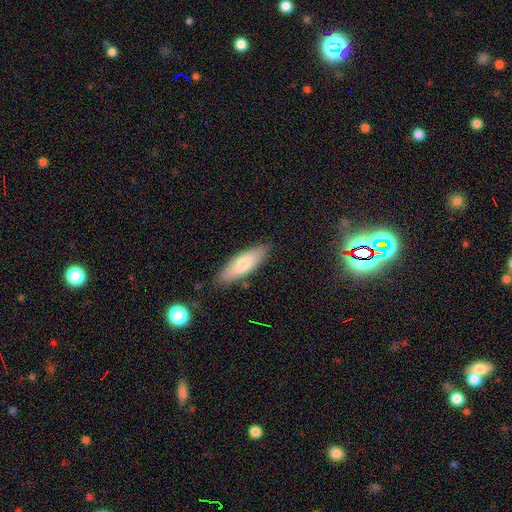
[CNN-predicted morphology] This is likely a smooth galaxy (64%). How rounded: possibly cigar-shaped (51%). Merging: clearly none (87%).